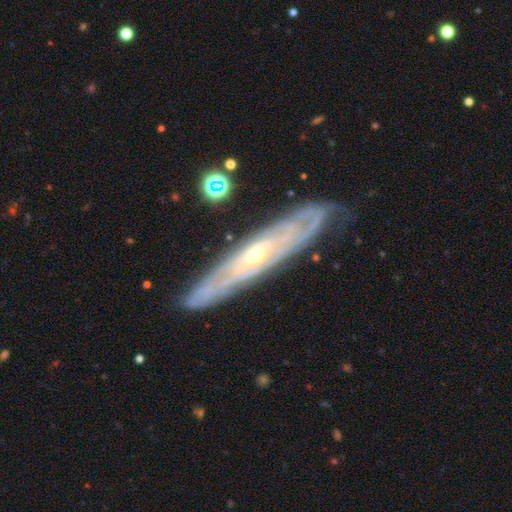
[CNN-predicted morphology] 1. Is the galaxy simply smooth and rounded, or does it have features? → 84% featured or disk, 10% smooth, 6% star or artifact.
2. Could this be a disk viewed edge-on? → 58% no, 42% yes.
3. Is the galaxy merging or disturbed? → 84% none, 12% minor disturbance, 3% major disturbance, 1% merger.